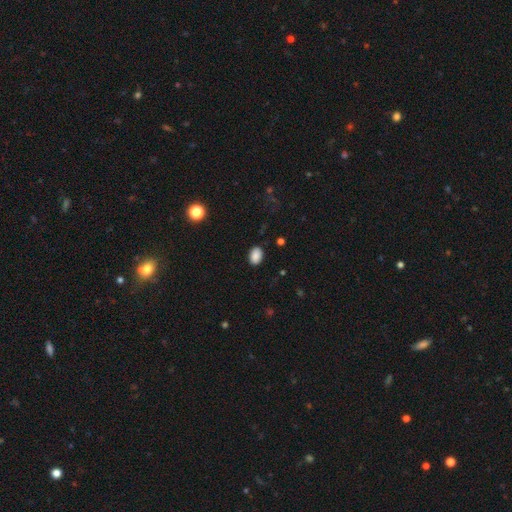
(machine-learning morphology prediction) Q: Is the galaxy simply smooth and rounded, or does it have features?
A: smooth — 88%.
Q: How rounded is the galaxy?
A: in between — 80%.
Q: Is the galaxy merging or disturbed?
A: none — 86%.